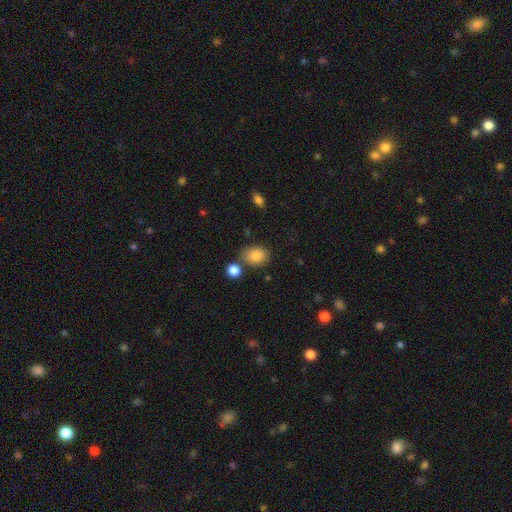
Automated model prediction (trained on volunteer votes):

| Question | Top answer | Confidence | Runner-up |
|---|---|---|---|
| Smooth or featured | smooth | 85% | star or artifact (9%) |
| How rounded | in between | 56% | round (43%) |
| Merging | none | 67% | minor disturbance (15%) |